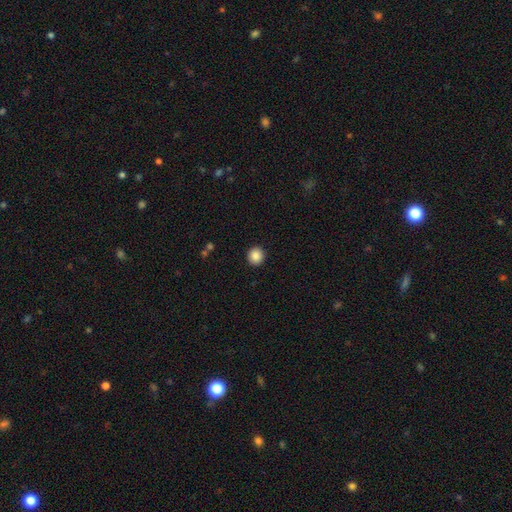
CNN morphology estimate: smooth_or_featured: smooth (p=0.87) [alt: star or artifact p=0.09]
how_rounded: round (p=0.93) [alt: in between p=0.06]
merging: none (p=0.93) [alt: minor disturbance p=0.05]